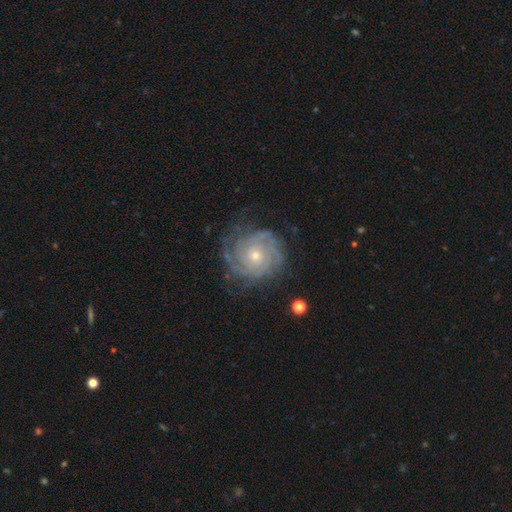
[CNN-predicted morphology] A featured or disk galaxy (87%) with no bar (81%), tight (77%) spiral arms (97%) and a small central bulge (62%). Merging: none (76%).